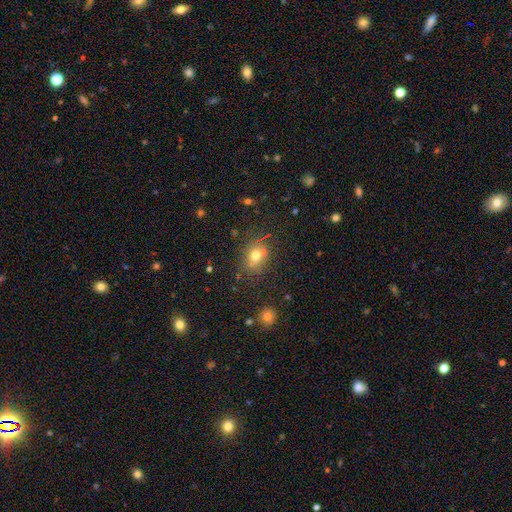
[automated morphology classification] A smooth galaxy with no disk features (71%) that is round (55%).

Vote fractions:
- Smooth or featured? smooth: 71% / star or artifact: 17% / featured or disk: 12%
- How rounded? round: 55% / in between: 43% / cigar-shaped: 1%
- Merging? none: 73% / minor disturbance: 16% / major disturbance: 6% / merger: 5%